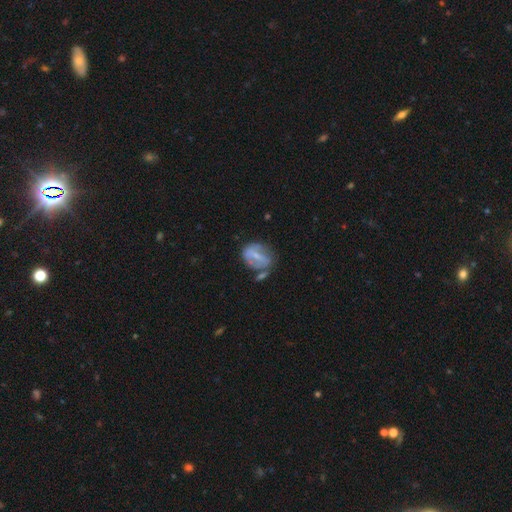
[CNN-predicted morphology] Q: Smooth or featured?
A: featured or disk (55%); runner-up: smooth (37%)
Q: Edge-on disk?
A: no (95%); runner-up: yes (5%)
Q: Bar?
A: weak (40%); runner-up: strong (35%)
Q: Spiral arms?
A: no (52%); runner-up: yes (48%)
Q: Bulge size?
A: small (56%); runner-up: moderate (31%)
Q: Merging?
A: none (44%); runner-up: minor disturbance (25%)